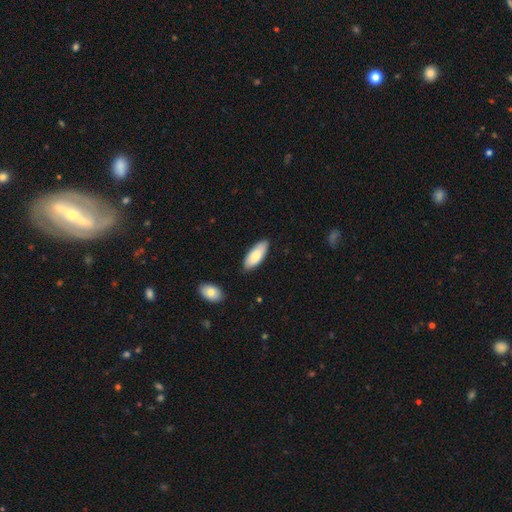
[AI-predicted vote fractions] Smooth or featured?
  - smooth: 80% *
  - featured or disk: 14%
  - star or artifact: 6%
How rounded?
  - in between: 83% *
  - cigar-shaped: 15%
  - round: 2%
Merging?
  - none: 84% *
  - minor disturbance: 12%
  - merger: 2%
  - major disturbance: 2%